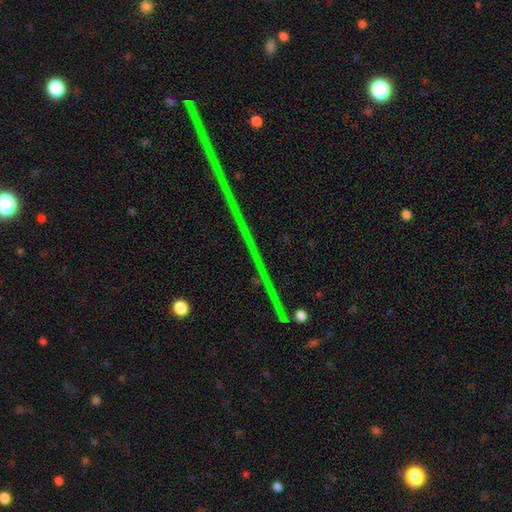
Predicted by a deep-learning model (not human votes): A star or artifact, not a galaxy (81%).